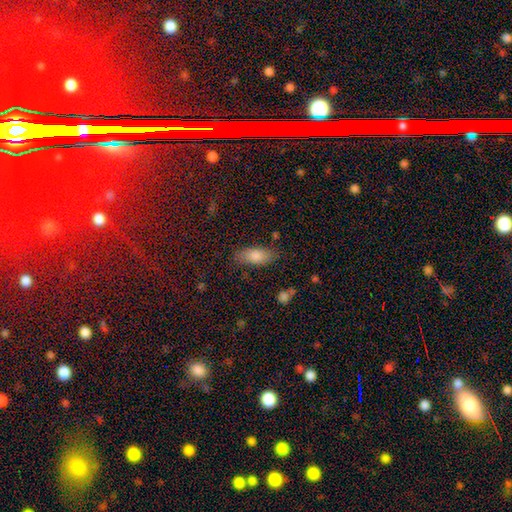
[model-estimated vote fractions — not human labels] Q: Smooth or featured?
A: smooth (80%); runner-up: featured or disk (12%)
Q: How rounded?
A: in between (80%); runner-up: cigar-shaped (17%)
Q: Merging?
A: none (79%); runner-up: minor disturbance (15%)